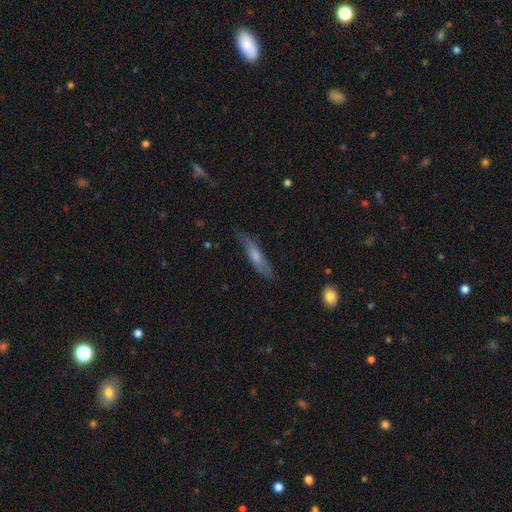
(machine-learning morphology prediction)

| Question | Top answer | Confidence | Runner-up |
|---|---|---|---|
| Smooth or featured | smooth | 57% | featured or disk (37%) |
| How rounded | cigar-shaped | 78% | in between (20%) |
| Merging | none | 74% | minor disturbance (20%) |